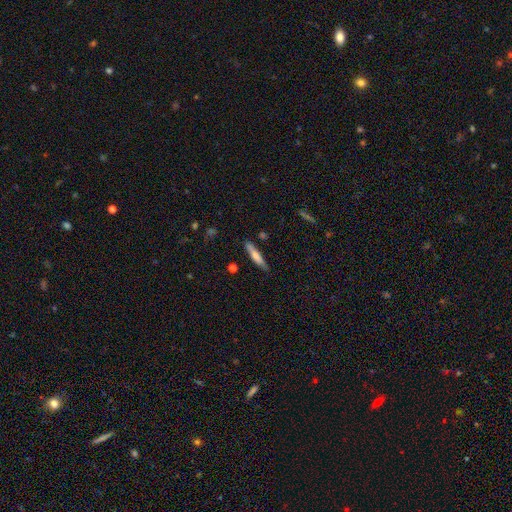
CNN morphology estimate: smooth_or_featured: smooth (p=0.60) [alt: featured or disk p=0.34]
how_rounded: cigar-shaped (p=0.89) [alt: in between p=0.09]
merging: none (p=0.83) [alt: minor disturbance p=0.12]